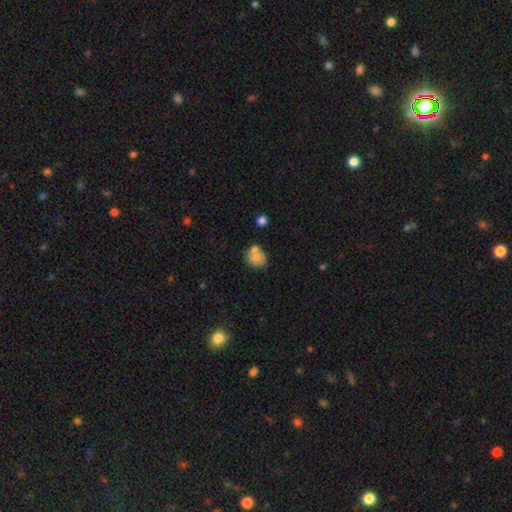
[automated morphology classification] Smooth or featured: smooth — 69% (featured or disk — 23%)
How rounded: round — 61% (in between — 38%)
Merging: none — 43% (merger — 35%)